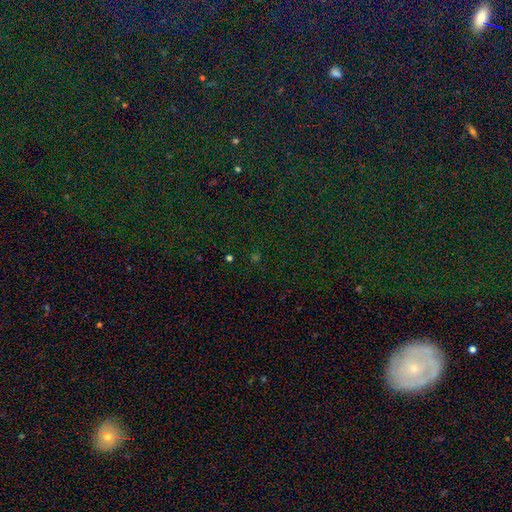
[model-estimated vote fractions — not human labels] The model was most divided on "smooth or featured": star or artifact: 77%, smooth: 15%, featured or disk: 8%.